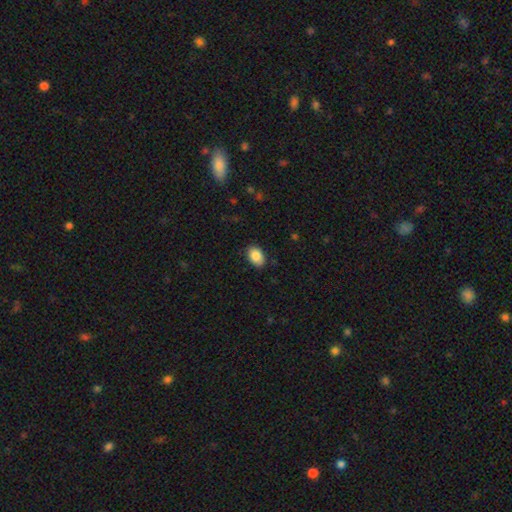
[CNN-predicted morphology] smooth-or-featured: smooth: 86% | star or artifact: 7% | featured or disk: 6%
  how-rounded: in between: 85% | round: 14% | cigar-shaped: 1%
  merging: none: 86% | minor disturbance: 10% | major disturbance: 2% | merger: 1%